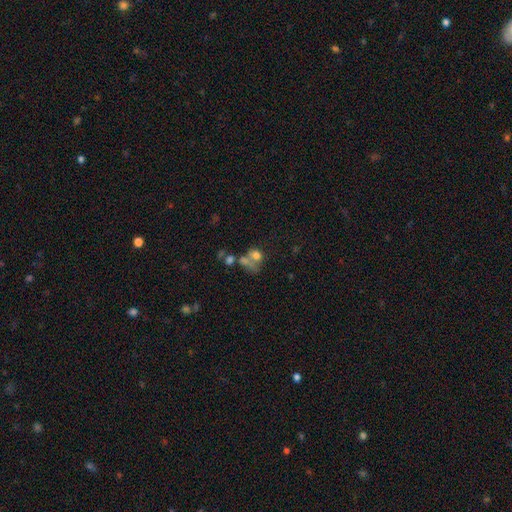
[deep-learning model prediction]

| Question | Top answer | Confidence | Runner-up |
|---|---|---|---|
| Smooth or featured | smooth | 62% | featured or disk (24%) |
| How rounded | round | 51% | in between (47%) |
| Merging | merger | 50% | none (22%) |